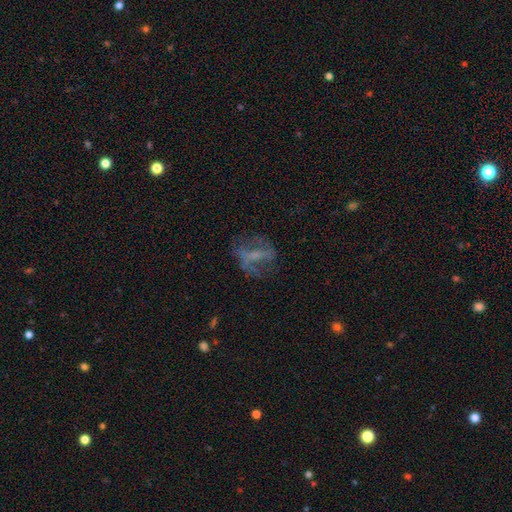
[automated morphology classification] A featured or disk galaxy (58%) with a weak bar (35%), no spiral arms (54%) and no central bulge (41%). Merging: none (52%).